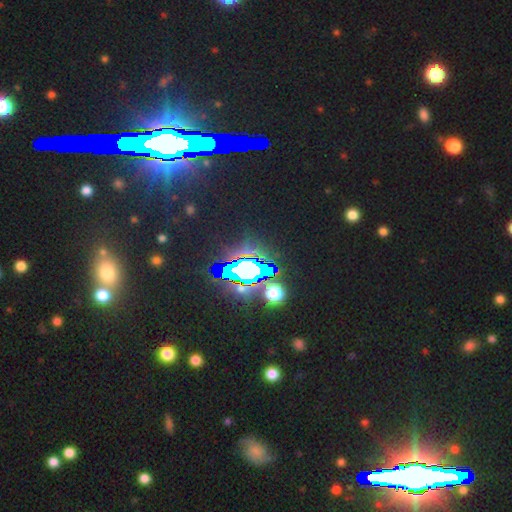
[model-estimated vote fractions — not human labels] Smooth or featured? star or artifact (84%)